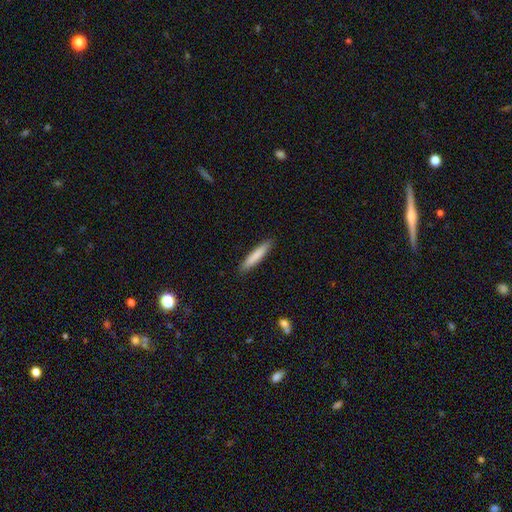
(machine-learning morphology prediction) Q: Smooth or featured?
A: smooth (81%); runner-up: featured or disk (13%)
Q: How rounded?
A: cigar-shaped (91%); runner-up: in between (8%)
Q: Merging?
A: none (90%); runner-up: minor disturbance (7%)